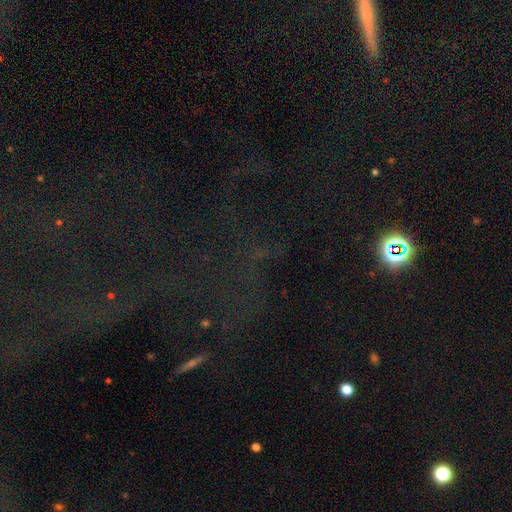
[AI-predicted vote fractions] Overall: star or artifact (73%).